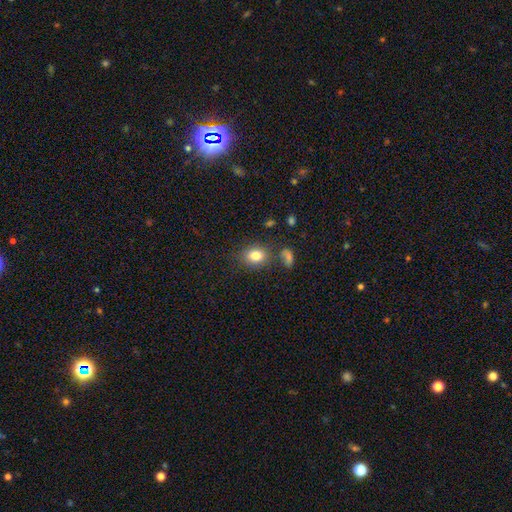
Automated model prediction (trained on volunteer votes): Q: Smooth or featured?
A: smooth (82%); runner-up: star or artifact (10%)
Q: How rounded?
A: in between (54%); runner-up: round (45%)
Q: Merging?
A: none (75%); runner-up: minor disturbance (13%)